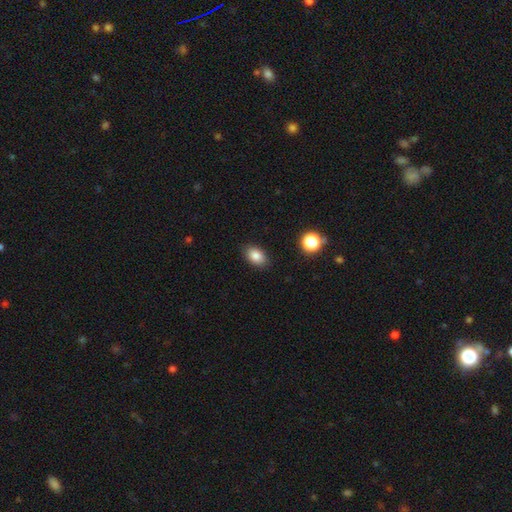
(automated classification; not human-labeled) A smooth galaxy with no disk features (84%) that is in between round and cigar-shaped (85%). Merging: none (87%).